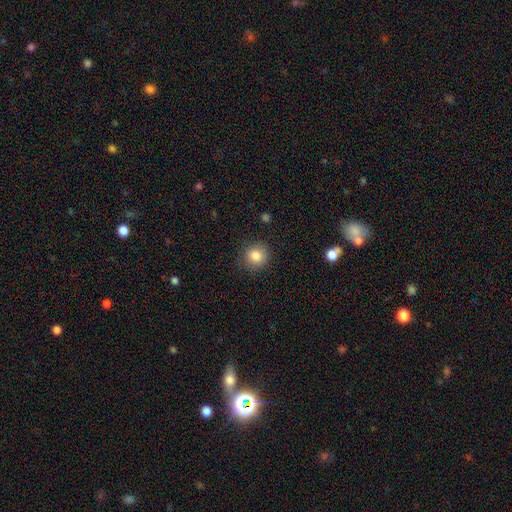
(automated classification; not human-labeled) A smooth galaxy with no disk features (84%) that is round (90%). Merging: none (88%).